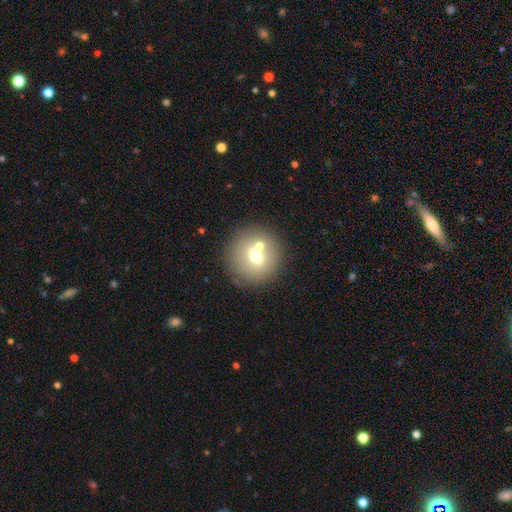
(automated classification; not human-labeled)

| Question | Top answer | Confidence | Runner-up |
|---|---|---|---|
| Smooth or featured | smooth | 63% | featured or disk (25%) |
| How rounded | round | 90% | in between (9%) |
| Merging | none | 71% | merger (16%) |